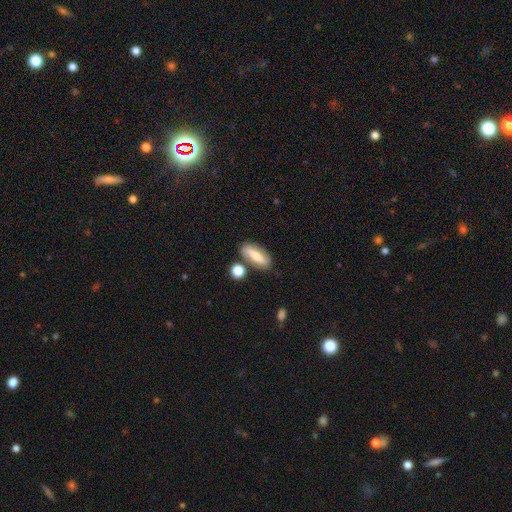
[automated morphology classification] smooth 60%, featured or disk 32%, star or artifact 8%. Down the decision tree: how rounded — in between (62%); merging — none (76%).